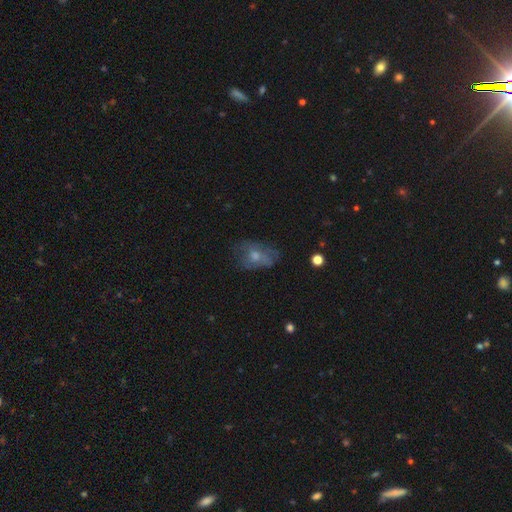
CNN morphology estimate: The model was most divided on "smooth or featured": smooth: 45%, featured or disk: 39%, star or artifact: 16%. More confident: merging — none (56%).